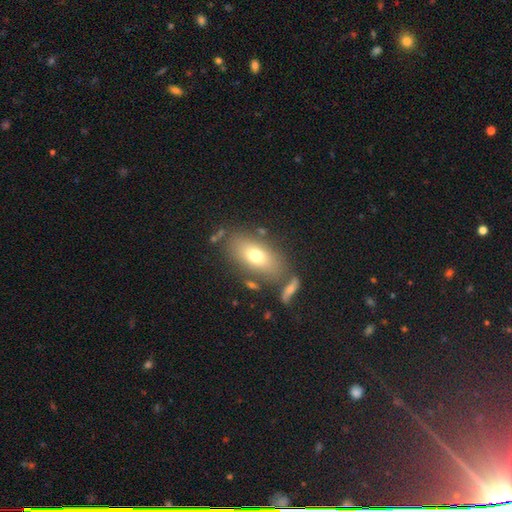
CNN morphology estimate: A smooth galaxy with no disk features (69%) that is in between round and cigar-shaped (85%).

Vote fractions:
- Smooth or featured? smooth: 69% / featured or disk: 21% / star or artifact: 9%
- How rounded? in between: 85% / round: 9% / cigar-shaped: 6%
- Merging? none: 72% / minor disturbance: 13% / merger: 9% / major disturbance: 6%